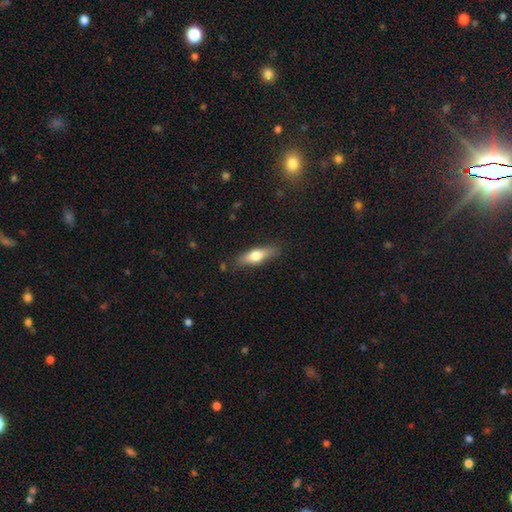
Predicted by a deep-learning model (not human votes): smooth-or-featured: smooth: 57% | featured or disk: 37% | star or artifact: 6%
  how-rounded: cigar-shaped: 53% | in between: 44% | round: 3%
  merging: none: 83% | minor disturbance: 12% | major disturbance: 3% | merger: 2%